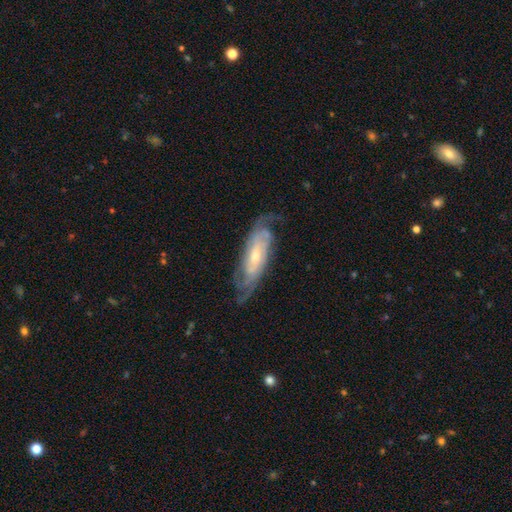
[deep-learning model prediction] A featured or disk galaxy (83%) with no bar (55%), tight (55%) spiral arms (94%) and a small central bulge (53%).

Vote fractions:
- Smooth or featured? featured or disk: 83% / smooth: 12% / star or artifact: 5%
- Edge-on disk? no: 83% / yes: 17%
- Bar? no: 55% / weak: 33% / strong: 13%
- Spiral arms? yes: 94% / no: 6%
- Spiral winding? tight: 55% / medium: 34% / loose: 11%
- Spiral arm count? can't tell: 37% / 2: 32% / 3: 14% / 4: 8% / more than 4: 4% / 1: 4%
- Bulge size? small: 53% / moderate: 41% / large: 3% / none: 2% / dominant: 1%
- Merging? none: 72% / minor disturbance: 18% / major disturbance: 9% / merger: 1%